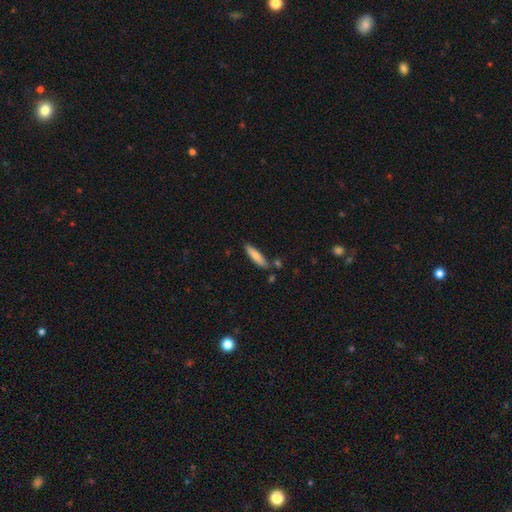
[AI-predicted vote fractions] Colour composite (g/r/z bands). It shows a smooth galaxy with no disk features (78%) that is cigar-shaped (79%). Merging: none (78%).